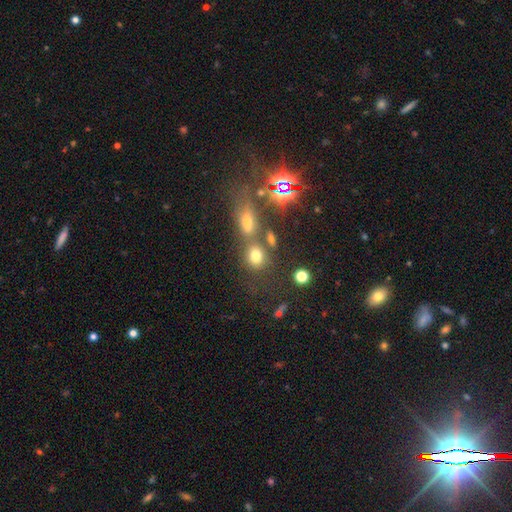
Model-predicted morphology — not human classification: type=smooth (72%); roundness=round (58%); merging=none (55%).